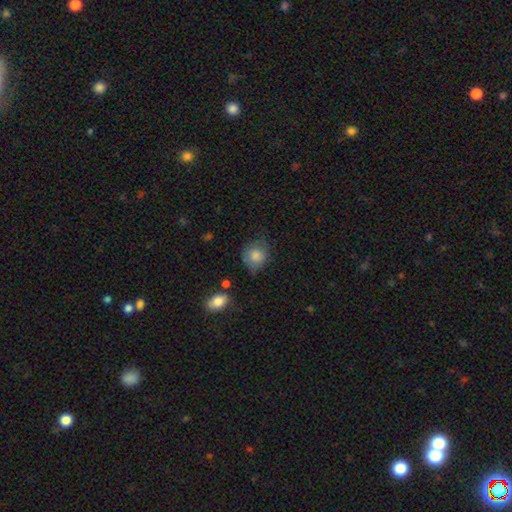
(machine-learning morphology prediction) A smooth galaxy with no disk features (81%) that is round (75%). Merging: none (61%).